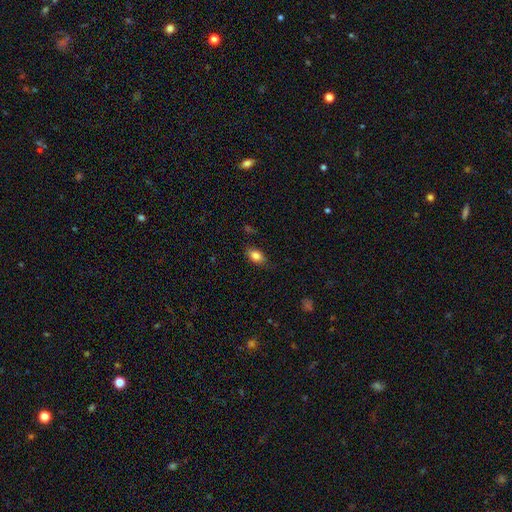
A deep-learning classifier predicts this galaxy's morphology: Overall: smooth (84%). How rounded: in between (88%). Merging: none (79%).